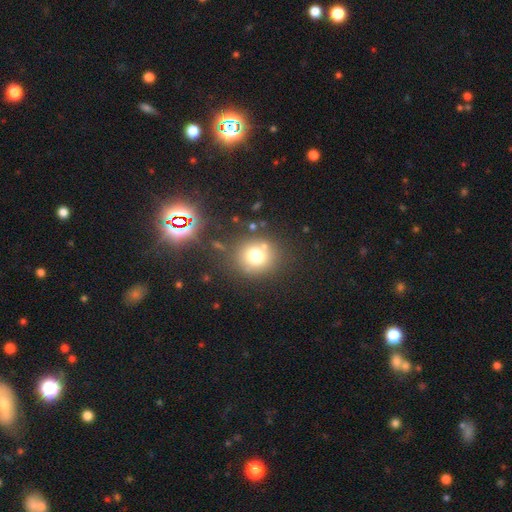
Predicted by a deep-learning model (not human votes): This appears to be a smooth galaxy with no disk features (73%) that is round (85%). Merging: none (78%).